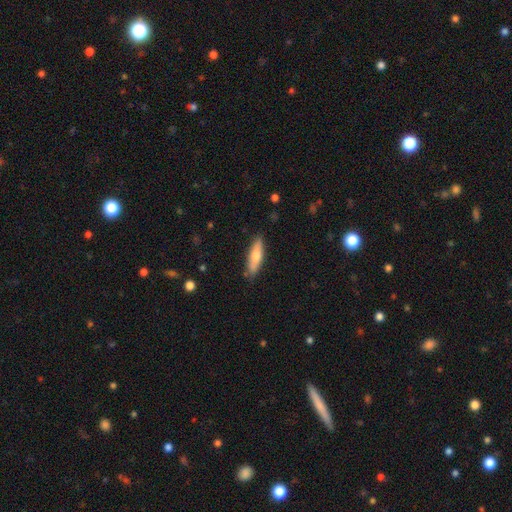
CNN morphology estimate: Q: Smooth or featured?
A: smooth (63%); runner-up: featured or disk (32%)
Q: How rounded?
A: cigar-shaped (65%); runner-up: in between (33%)
Q: Merging?
A: none (84%); runner-up: minor disturbance (12%)